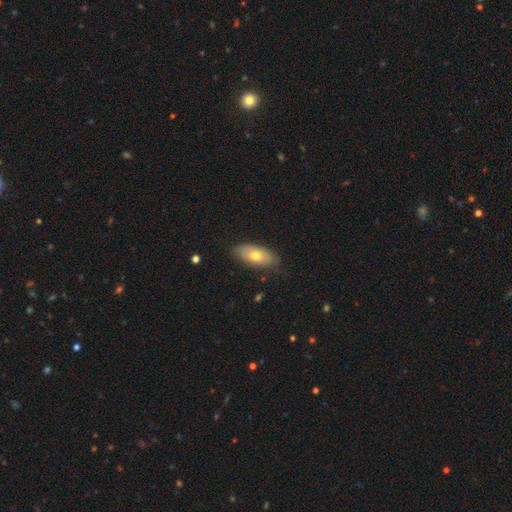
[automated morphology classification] A smooth galaxy with no disk features (67%) that is in between round and cigar-shaped (86%). Merging: none (79%).